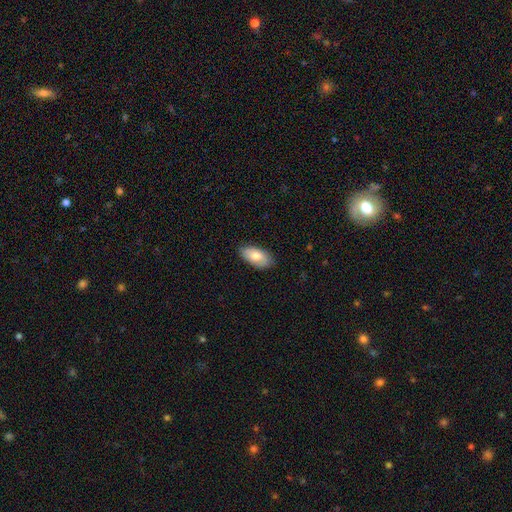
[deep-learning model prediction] smooth 76%, featured or disk 18%, star or artifact 6%. Down the decision tree: how rounded — in between (93%); merging — none (82%).